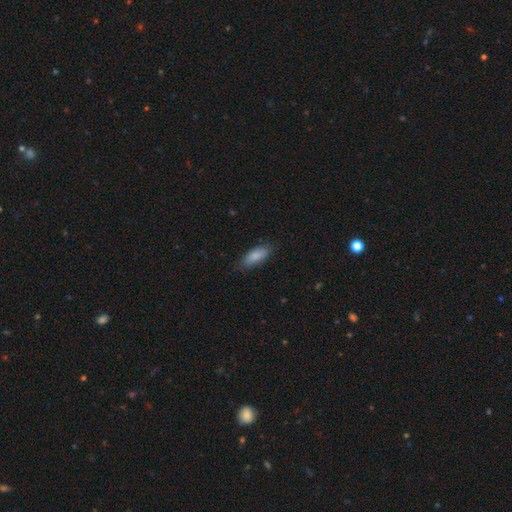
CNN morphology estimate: The model was most divided on "how rounded": in between: 76%, cigar-shaped: 22%, round: 2%. More confident: smooth or featured — smooth (84%); merging — none (75%).